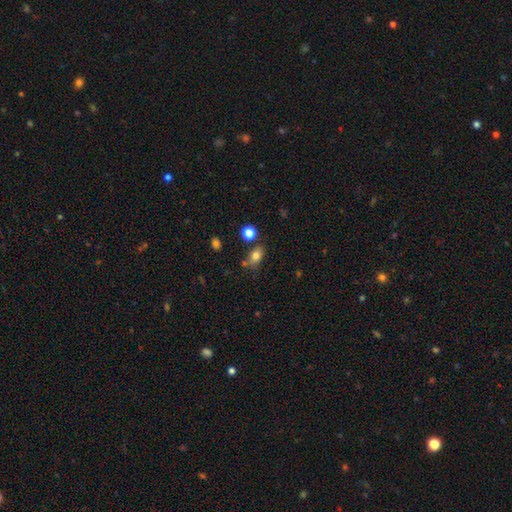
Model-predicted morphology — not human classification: smooth-or-featured: smooth: 78% | star or artifact: 12% | featured or disk: 10%
  how-rounded: in between: 76% | round: 22% | cigar-shaped: 3%
  merging: none: 70% | minor disturbance: 15% | merger: 10% | major disturbance: 5%